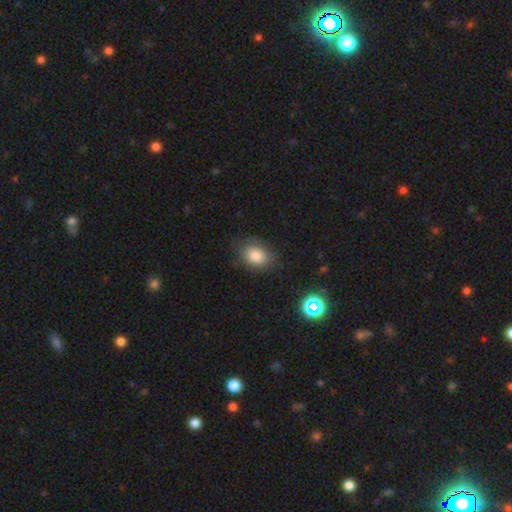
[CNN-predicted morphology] This appears to be a smooth galaxy with no disk features (82%) that is in between round and cigar-shaped (66%). Merging: none (76%).